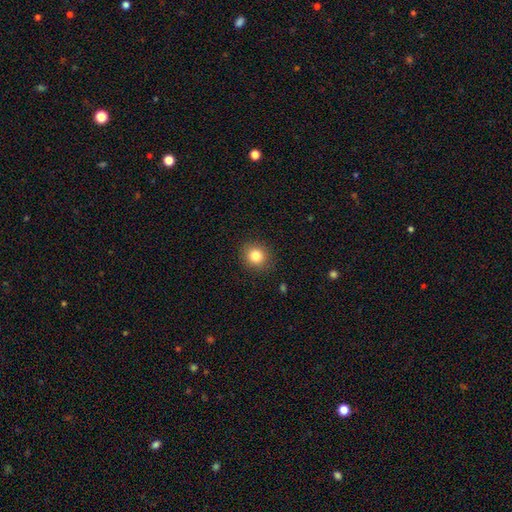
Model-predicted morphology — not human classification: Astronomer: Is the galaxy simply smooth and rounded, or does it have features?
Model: smooth — 83%.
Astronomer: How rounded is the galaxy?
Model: round — 83%.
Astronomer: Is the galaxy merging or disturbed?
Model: none — 89%.